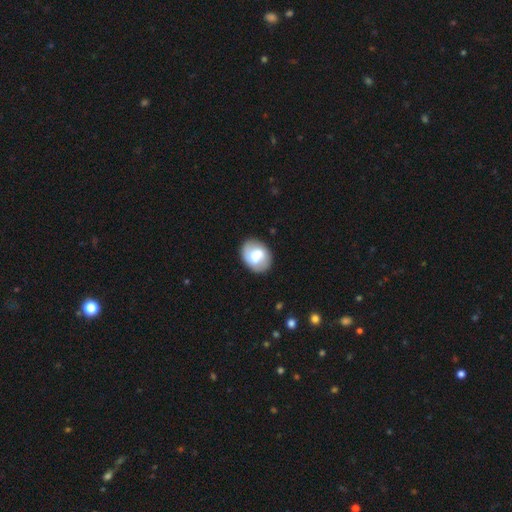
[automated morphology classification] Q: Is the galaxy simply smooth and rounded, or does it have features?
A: smooth — 58%.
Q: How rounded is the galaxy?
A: in between — 61%.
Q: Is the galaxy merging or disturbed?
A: none — 78%.